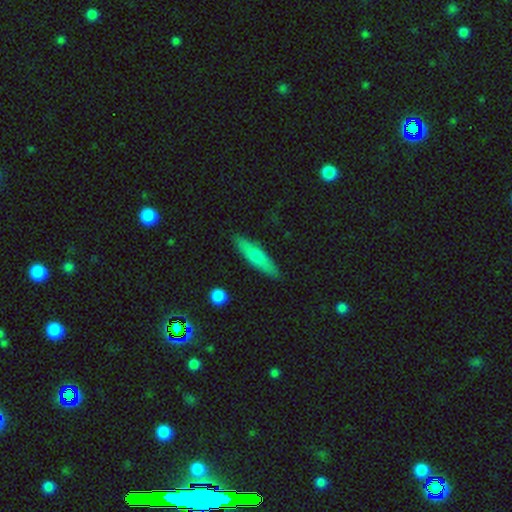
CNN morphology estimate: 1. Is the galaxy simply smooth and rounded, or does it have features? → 54% smooth, 38% featured or disk, 7% star or artifact.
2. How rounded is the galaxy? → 78% cigar-shaped, 20% in between, 3% round.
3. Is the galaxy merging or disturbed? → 90% none, 8% minor disturbance, 2% major disturbance, 1% merger.